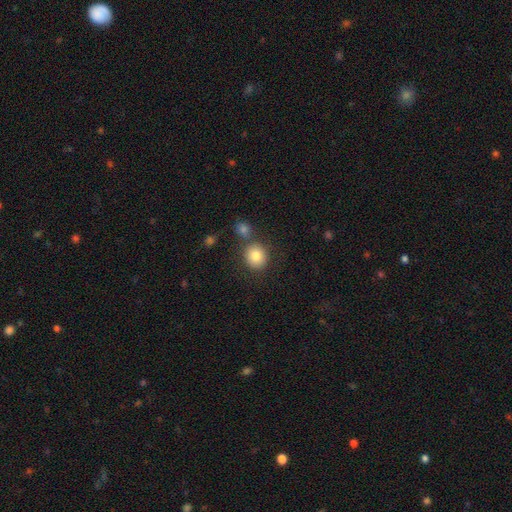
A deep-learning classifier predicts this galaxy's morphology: Smooth or featured? smooth (82%)
How rounded? round (83%)
Merging? none (72%)